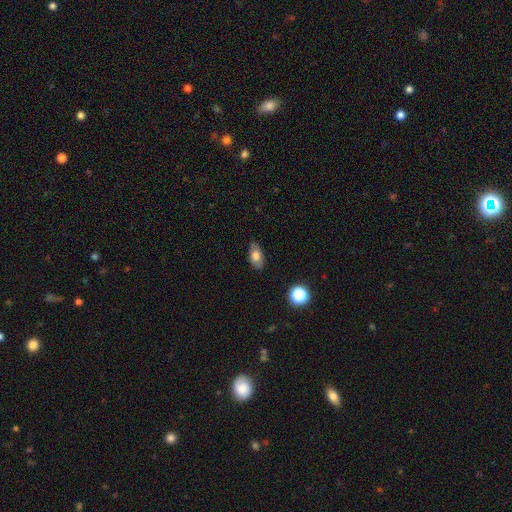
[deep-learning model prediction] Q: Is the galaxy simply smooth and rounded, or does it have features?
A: smooth — 75%.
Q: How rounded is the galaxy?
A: in between — 88%.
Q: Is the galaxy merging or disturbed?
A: none — 83%.